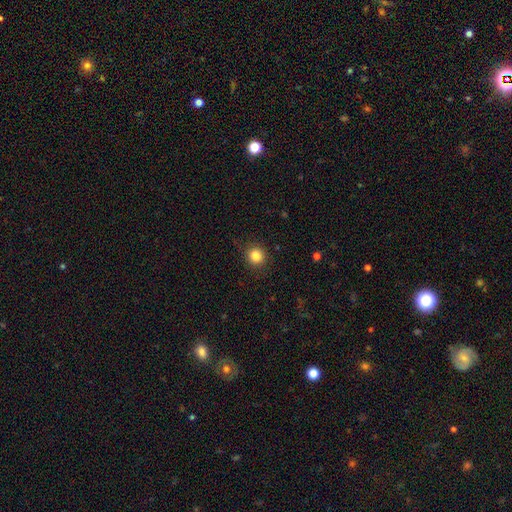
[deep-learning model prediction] Q: Smooth or featured?
A: smooth (85%); runner-up: star or artifact (11%)
Q: How rounded?
A: round (91%); runner-up: in between (8%)
Q: Merging?
A: none (88%); runner-up: minor disturbance (8%)